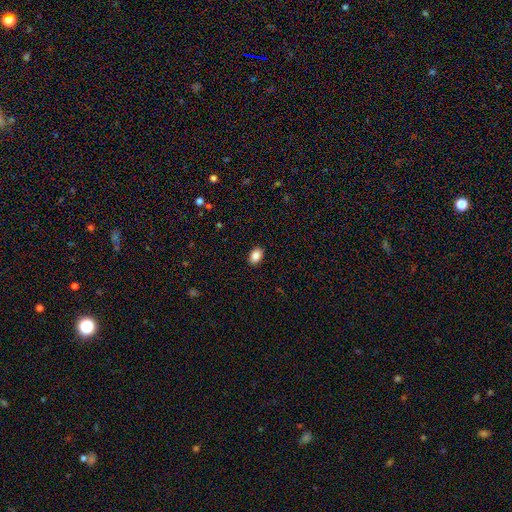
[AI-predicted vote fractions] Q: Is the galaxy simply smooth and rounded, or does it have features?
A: smooth — 88%.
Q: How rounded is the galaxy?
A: in between — 80%.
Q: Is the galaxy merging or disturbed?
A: none — 90%.